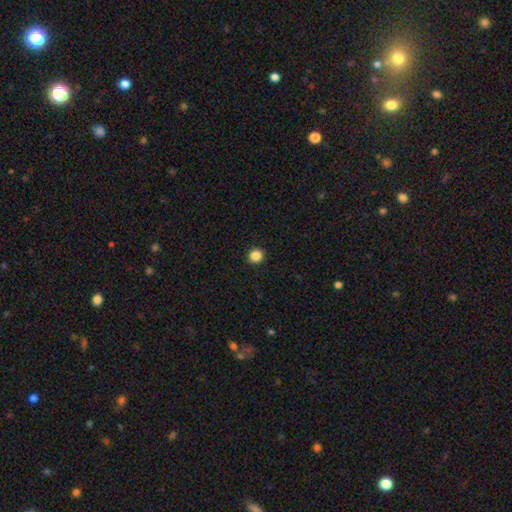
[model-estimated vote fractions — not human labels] smooth-or-featured: smooth: 86% | star or artifact: 11% | featured or disk: 3%
  how-rounded: round: 92% | in between: 7% | cigar-shaped: 1%
  merging: none: 93% | minor disturbance: 4% | major disturbance: 2% | merger: 1%